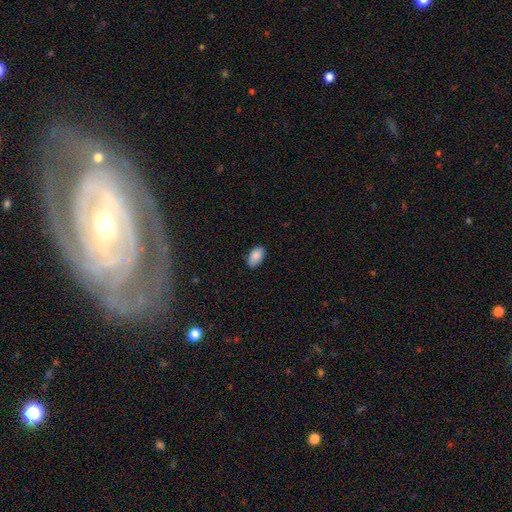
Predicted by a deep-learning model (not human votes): smooth-or-featured: smooth: 89% | star or artifact: 7% | featured or disk: 4%
  how-rounded: in between: 94% | round: 5% | cigar-shaped: 1%
  merging: none: 84% | minor disturbance: 13% | major disturbance: 2% | merger: 1%